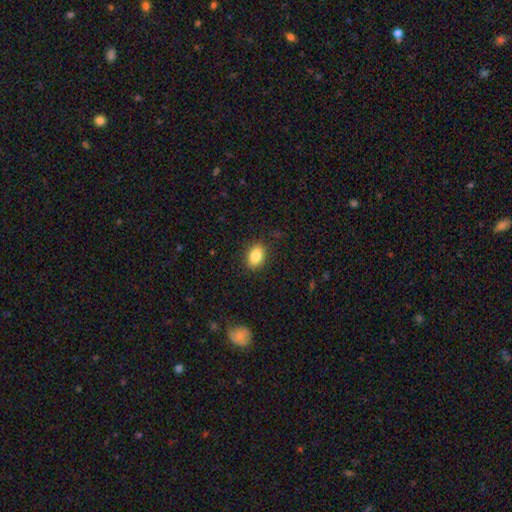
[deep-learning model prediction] Smooth or featured?
  - smooth: 85% *
  - star or artifact: 8%
  - featured or disk: 7%
How rounded?
  - in between: 79% *
  - round: 19%
  - cigar-shaped: 1%
Merging?
  - none: 87% *
  - minor disturbance: 9%
  - major disturbance: 3%
  - merger: 1%